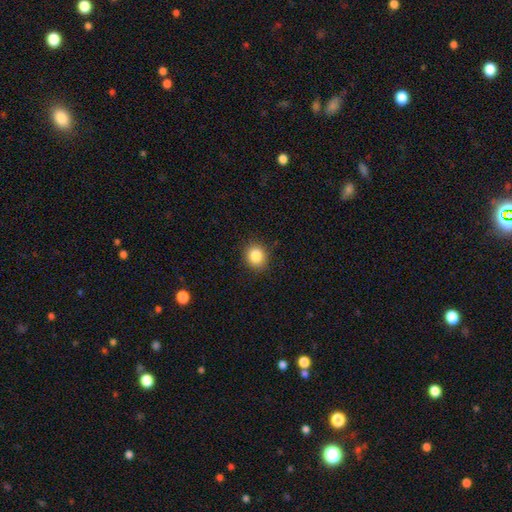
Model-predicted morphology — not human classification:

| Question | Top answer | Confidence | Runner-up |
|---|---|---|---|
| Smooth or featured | smooth | 85% | star or artifact (10%) |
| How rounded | round | 81% | in between (19%) |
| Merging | none | 89% | minor disturbance (8%) |